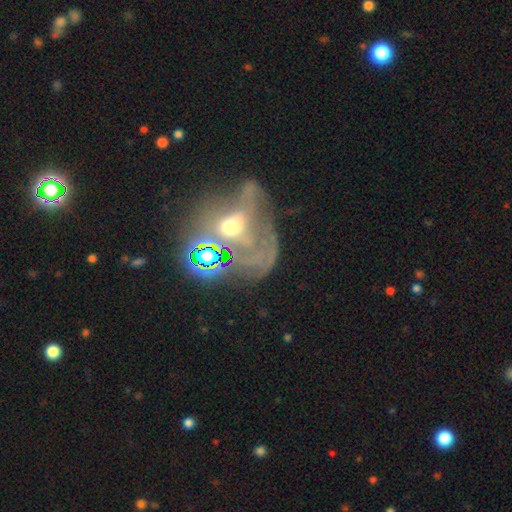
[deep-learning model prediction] Overall: featured or disk (51%; star or artifact 30%). Edge-on disk: no (93%). Merging: major disturbance (38%; none 28%).